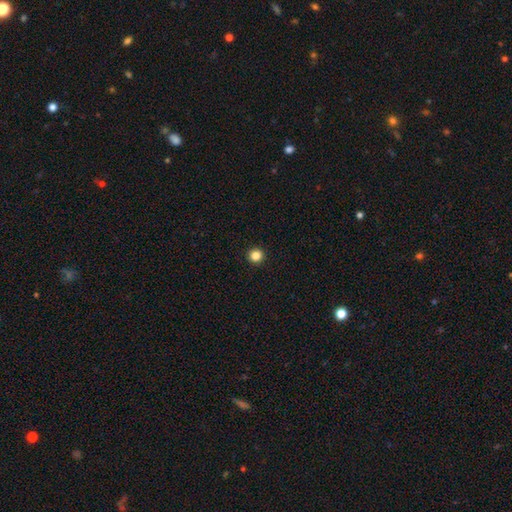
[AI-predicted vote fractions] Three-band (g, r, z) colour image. It shows a smooth galaxy with no disk features (85%) that is round (95%). Merging: none (94%).